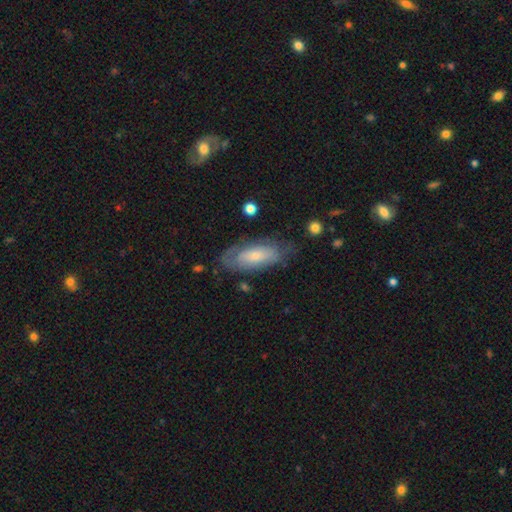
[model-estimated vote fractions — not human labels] This is possibly a featured or disk galaxy (50%). Merging: likely none (67%).